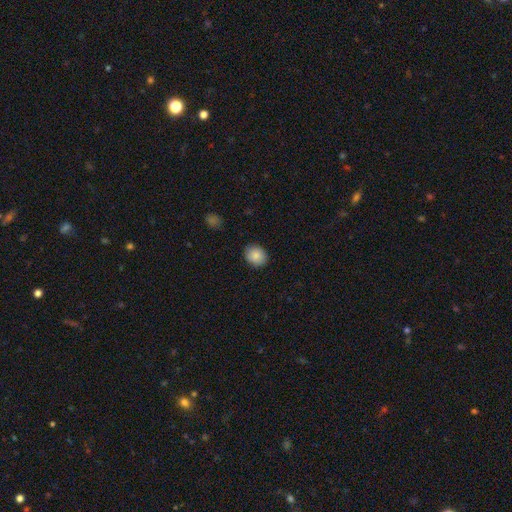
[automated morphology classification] This appears to be a smooth galaxy with no disk features (87%) that is round (62%). Merging: none (89%).